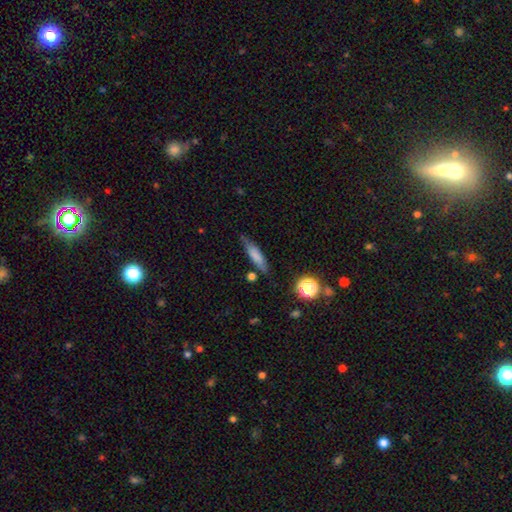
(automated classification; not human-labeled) Morphology: type=smooth (73%); roundness=cigar-shaped (71%); merging=none (71%).